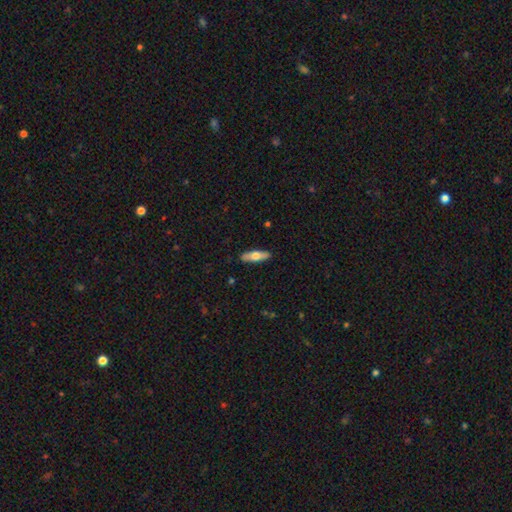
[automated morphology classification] Q: Smooth or featured?
A: smooth (60%); runner-up: featured or disk (35%)
Q: How rounded?
A: cigar-shaped (54%); runner-up: in between (44%)
Q: Merging?
A: none (89%); runner-up: minor disturbance (8%)